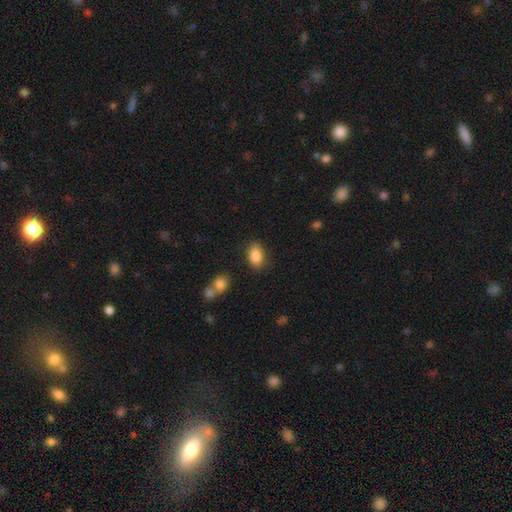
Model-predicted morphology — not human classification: The model was most divided on "merging": none: 82%, minor disturbance: 12%, major disturbance: 3%, merger: 3%. More confident: how rounded — in between (90%); smooth or featured — smooth (87%).